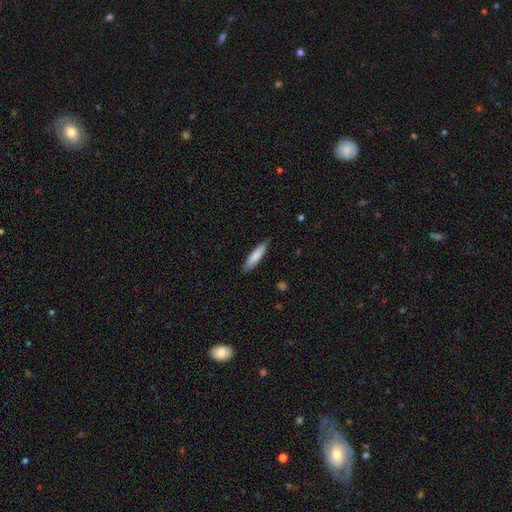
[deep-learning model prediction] smooth-or-featured: smooth: 80% | featured or disk: 14% | star or artifact: 5%
  how-rounded: cigar-shaped: 75% | in between: 24% | round: 1%
  merging: none: 83% | minor disturbance: 14% | major disturbance: 2% | merger: 1%